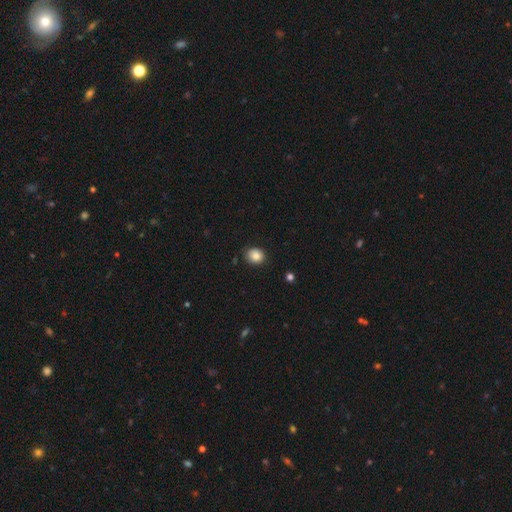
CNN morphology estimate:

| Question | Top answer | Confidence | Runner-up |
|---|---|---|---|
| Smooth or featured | smooth | 85% | star or artifact (10%) |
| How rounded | round | 69% | in between (30%) |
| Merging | none | 82% | minor disturbance (14%) |